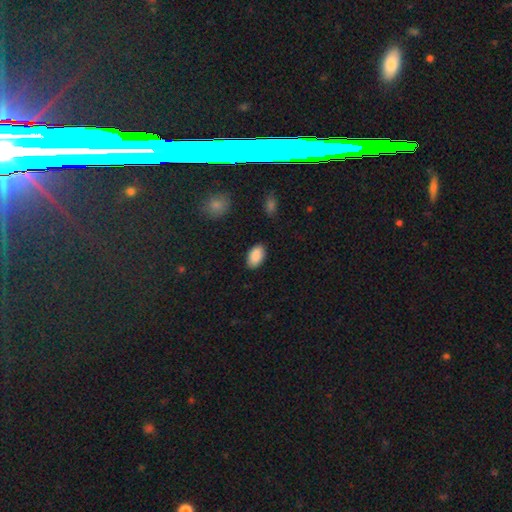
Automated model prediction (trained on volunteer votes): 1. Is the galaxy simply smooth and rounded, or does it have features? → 89% smooth, 7% star or artifact, 4% featured or disk.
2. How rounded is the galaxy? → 94% in between, 5% round, 1% cigar-shaped.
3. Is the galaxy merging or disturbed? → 87% none, 9% minor disturbance, 2% major disturbance, 1% merger.